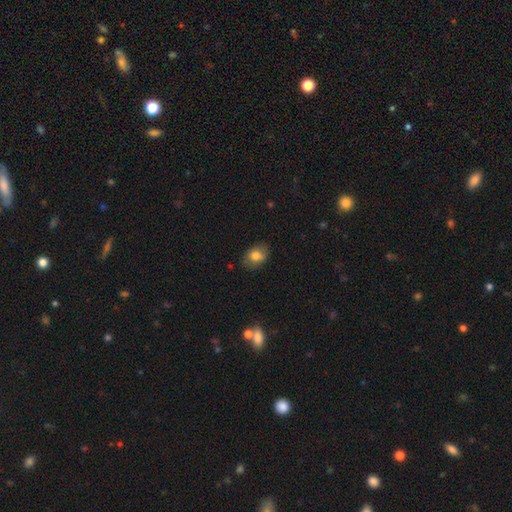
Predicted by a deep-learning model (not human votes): Q: Smooth or featured?
A: smooth (78%); runner-up: featured or disk (14%)
Q: How rounded?
A: in between (74%); runner-up: round (25%)
Q: Merging?
A: none (80%); runner-up: minor disturbance (15%)